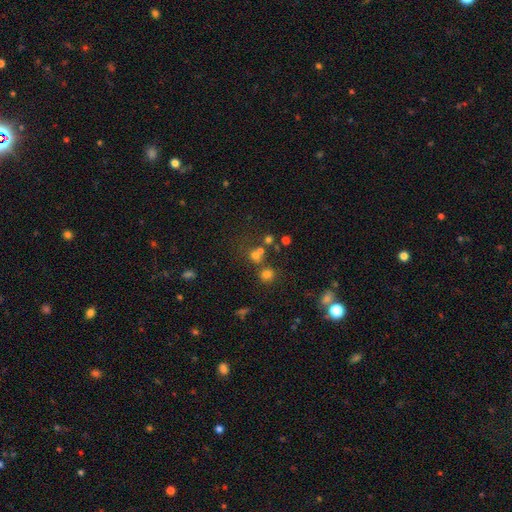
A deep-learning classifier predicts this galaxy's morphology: type=smooth (59%); roundness=round (85%); merging=none (58%).